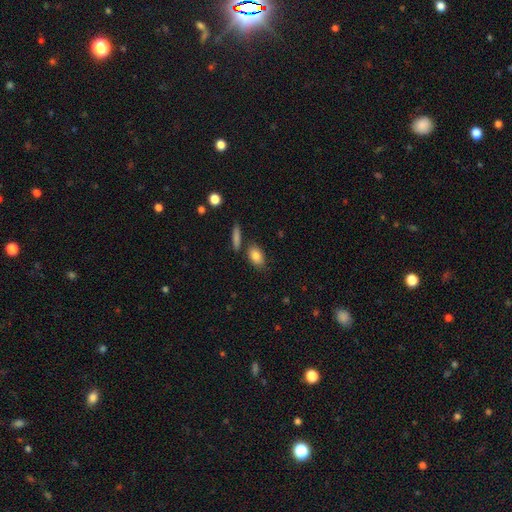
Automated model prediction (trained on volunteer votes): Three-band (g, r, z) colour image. It shows a smooth galaxy with no disk features (85%) that is in between round and cigar-shaped (83%). Merging: none (74%).